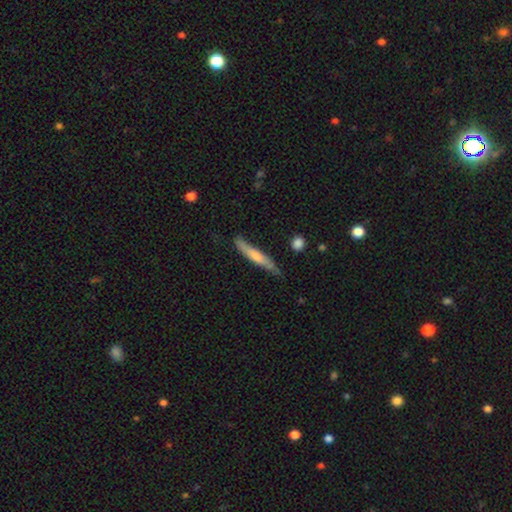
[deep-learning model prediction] smooth_or_featured: smooth (p=0.58) [alt: featured or disk p=0.37]
how_rounded: cigar-shaped (p=0.91) [alt: in between p=0.07]
merging: none (p=0.71) [alt: minor disturbance p=0.23]